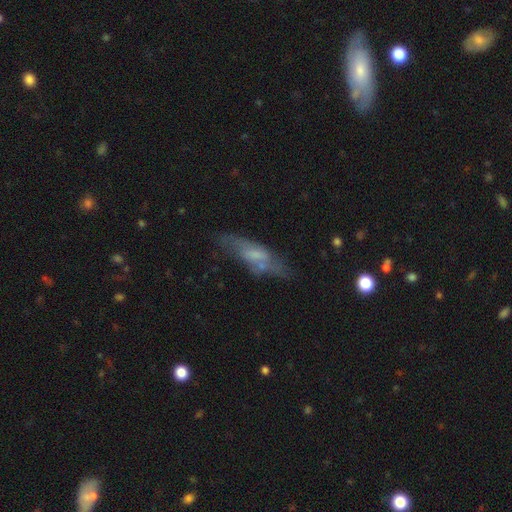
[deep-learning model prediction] A featured or disk galaxy (51%).

Vote fractions:
- Smooth or featured? featured or disk: 51% / smooth: 41% / star or artifact: 9%
- Edge-on disk? no: 62% / yes: 38%
- Merging? none: 56% / minor disturbance: 24% / major disturbance: 13% / merger: 6%